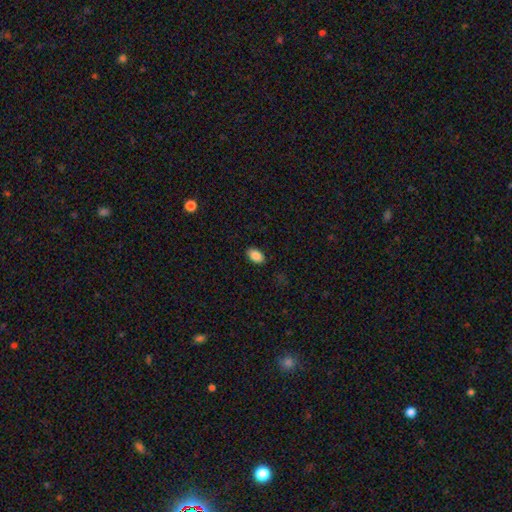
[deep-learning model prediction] A smooth galaxy with no disk features (87%) that is in between round and cigar-shaped (91%).

Vote fractions:
- Smooth or featured? smooth: 87% / star or artifact: 8% / featured or disk: 5%
- How rounded? in between: 91% / round: 8% / cigar-shaped: 2%
- Merging? none: 88% / minor disturbance: 9% / major disturbance: 2% / merger: 1%